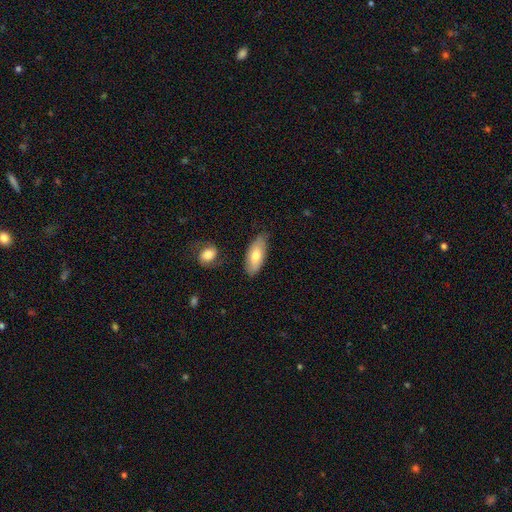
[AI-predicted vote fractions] This is likely a smooth galaxy (72%). How rounded: clearly in between (82%). Merging: likely none (78%).